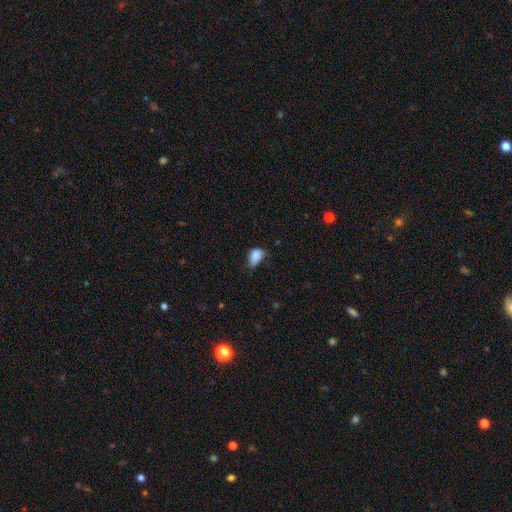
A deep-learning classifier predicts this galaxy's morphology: Smooth or featured? smooth (80%)
How rounded? in between (87%)
Merging? minor disturbance (44%)